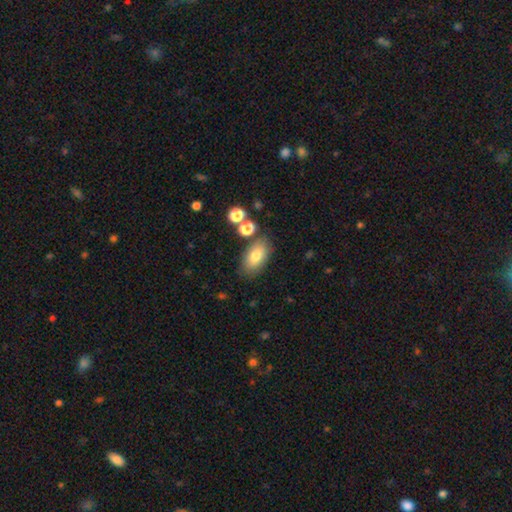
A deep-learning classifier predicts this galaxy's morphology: Overall: smooth (78%). How rounded: in between (91%). Merging: none (78%).